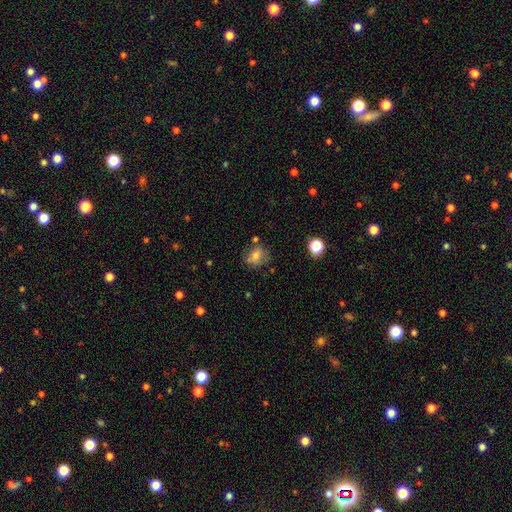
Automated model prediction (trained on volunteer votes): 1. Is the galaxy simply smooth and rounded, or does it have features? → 72% smooth, 17% featured or disk, 11% star or artifact.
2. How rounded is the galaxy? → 58% round, 41% in between, 1% cigar-shaped.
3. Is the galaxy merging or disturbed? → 65% none, 21% minor disturbance, 7% major disturbance, 7% merger.